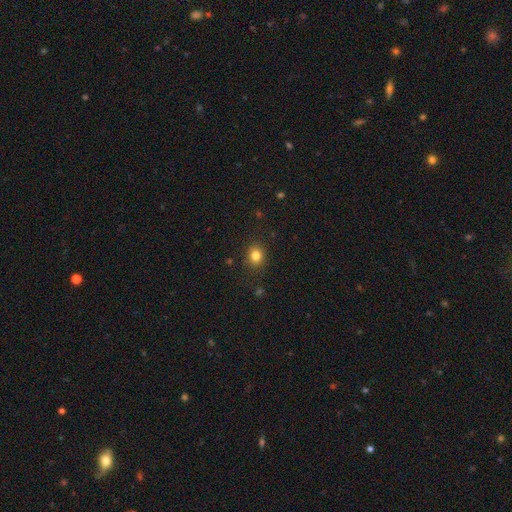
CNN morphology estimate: type=smooth (82%); roundness=round (70%); merging=none (87%).